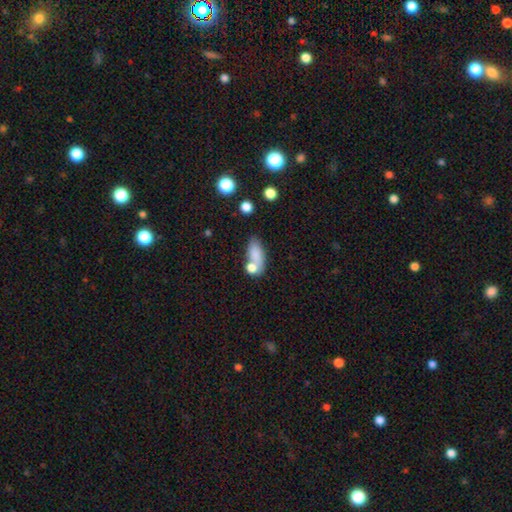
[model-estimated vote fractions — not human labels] Q: Smooth or featured?
A: smooth (78%); runner-up: featured or disk (13%)
Q: How rounded?
A: in between (82%); runner-up: cigar-shaped (11%)
Q: Merging?
A: none (45%); runner-up: merger (30%)